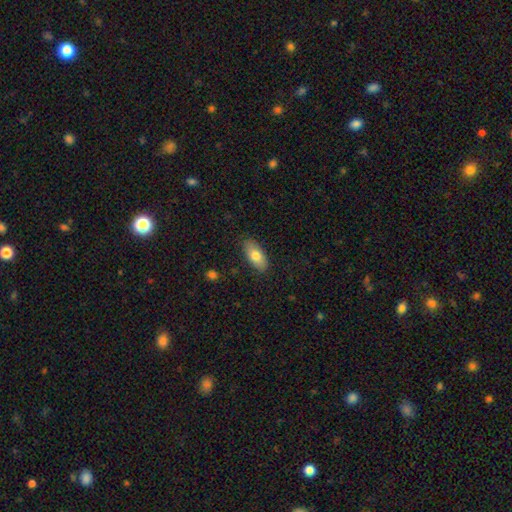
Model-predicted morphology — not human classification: Smooth or featured?
  - smooth: 76% *
  - featured or disk: 18%
  - star or artifact: 7%
How rounded?
  - in between: 87% *
  - cigar-shaped: 9%
  - round: 3%
Merging?
  - none: 85% *
  - minor disturbance: 11%
  - major disturbance: 2%
  - merger: 1%